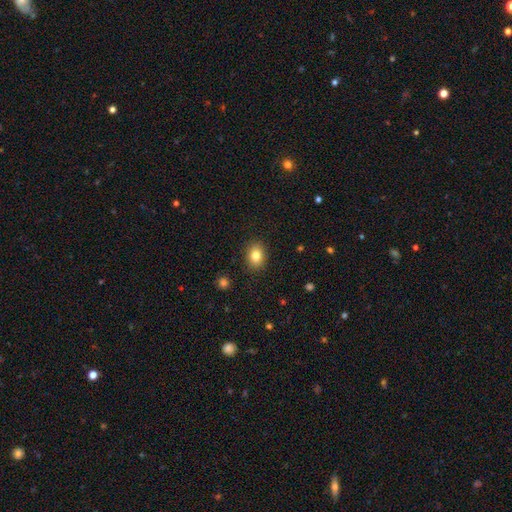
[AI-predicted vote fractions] Morphology: type=smooth (83%); roundness=in between (55%); merging=none (89%).